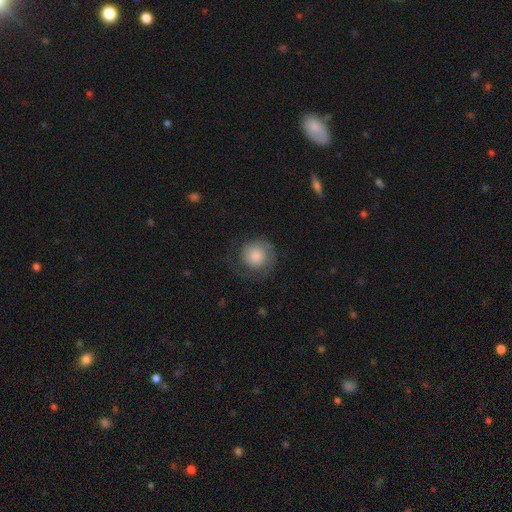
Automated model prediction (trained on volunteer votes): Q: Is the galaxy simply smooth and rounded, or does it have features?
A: smooth — 62%.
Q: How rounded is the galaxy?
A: round — 91%.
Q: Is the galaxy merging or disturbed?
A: none — 60%.